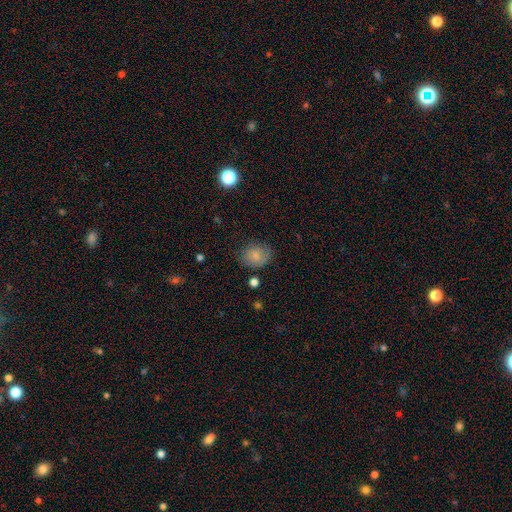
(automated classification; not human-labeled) smooth-or-featured: smooth: 81% | star or artifact: 10% | featured or disk: 9%
  how-rounded: in between: 50% | round: 49% | cigar-shaped: 1%
  merging: none: 74% | minor disturbance: 19% | major disturbance: 5% | merger: 2%